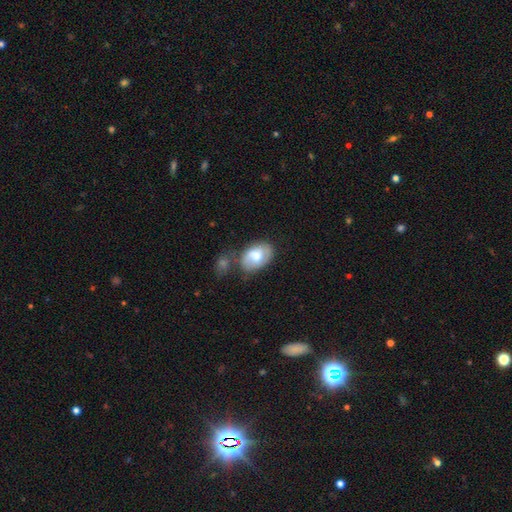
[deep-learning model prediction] A smooth galaxy with no disk features (65%) that is in between round and cigar-shaped (88%).

Vote fractions:
- Smooth or featured? smooth: 65% / featured or disk: 28% / star or artifact: 6%
- How rounded? in between: 88% / round: 11% / cigar-shaped: 1%
- Merging? none: 50% / minor disturbance: 22% / merger: 19% / major disturbance: 8%